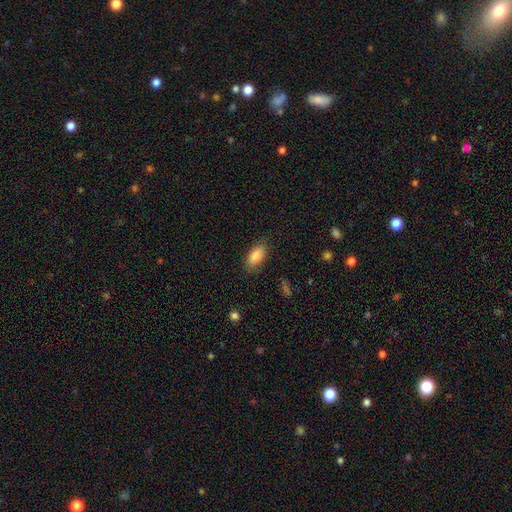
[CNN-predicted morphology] Overall: smooth (86%). How rounded: in between (89%). Merging: none (83%).